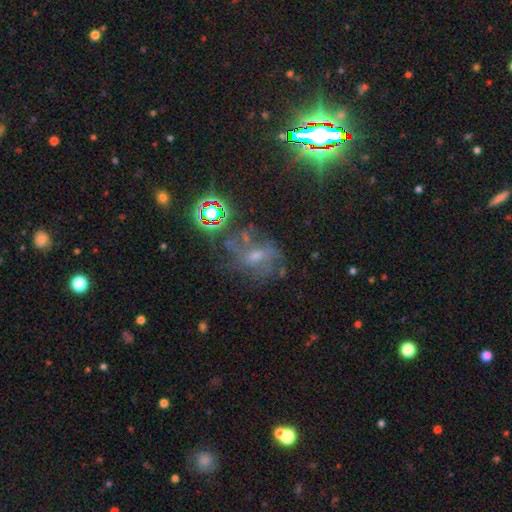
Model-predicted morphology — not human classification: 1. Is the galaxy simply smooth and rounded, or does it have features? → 48% featured or disk, 38% star or artifact, 14% smooth.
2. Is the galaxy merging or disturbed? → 58% none, 19% major disturbance, 18% minor disturbance, 6% merger.